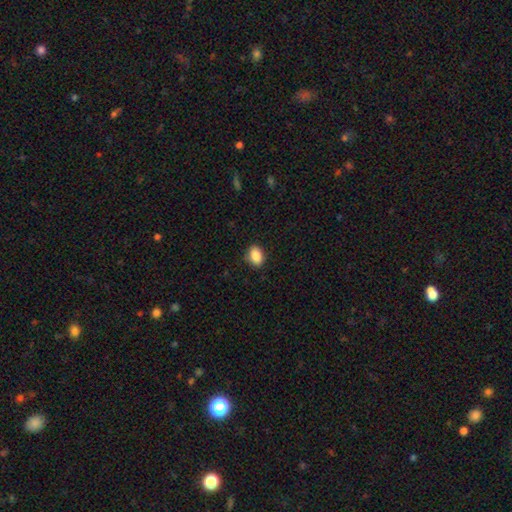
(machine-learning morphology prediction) Q: Smooth or featured?
A: smooth (89%); runner-up: star or artifact (8%)
Q: How rounded?
A: in between (81%); runner-up: round (18%)
Q: Merging?
A: none (87%); runner-up: minor disturbance (10%)